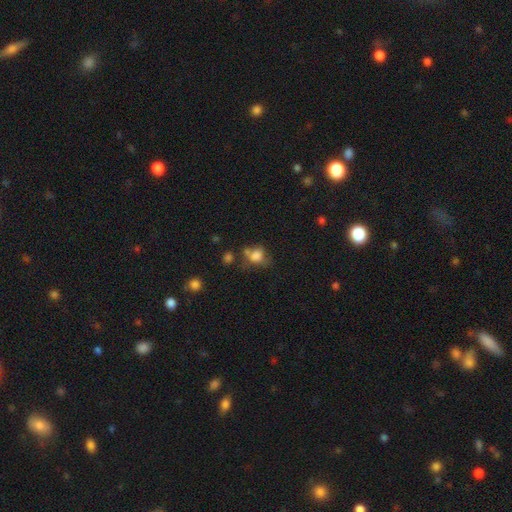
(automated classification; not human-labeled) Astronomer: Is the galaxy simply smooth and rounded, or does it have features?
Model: smooth — 73%.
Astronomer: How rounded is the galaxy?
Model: round — 51% (runner-up: in between, 48%).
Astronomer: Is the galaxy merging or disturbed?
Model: none — 37% (runner-up: minor disturbance, 23%).